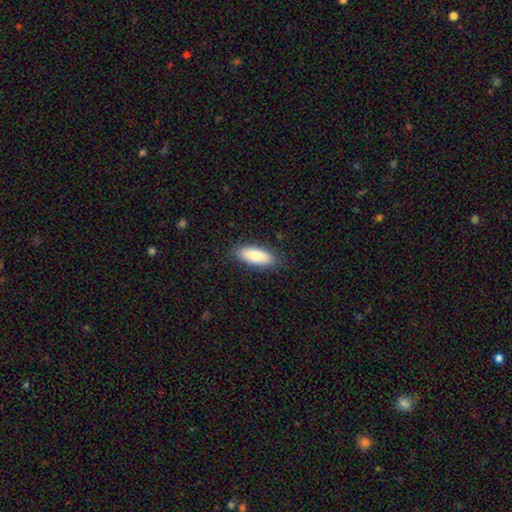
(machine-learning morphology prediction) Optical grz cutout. It shows a smooth galaxy with no disk features (83%) that is in between round and cigar-shaped (77%). Merging: none (86%).